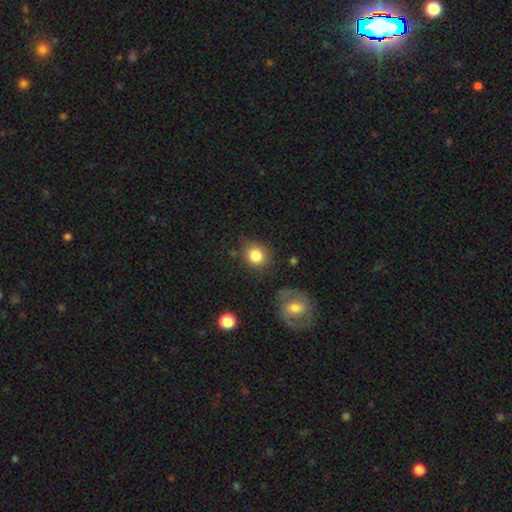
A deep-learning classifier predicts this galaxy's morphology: smooth 84%, star or artifact 9%, featured or disk 7%. Down the decision tree: how rounded — round (80%); merging — none (74%).